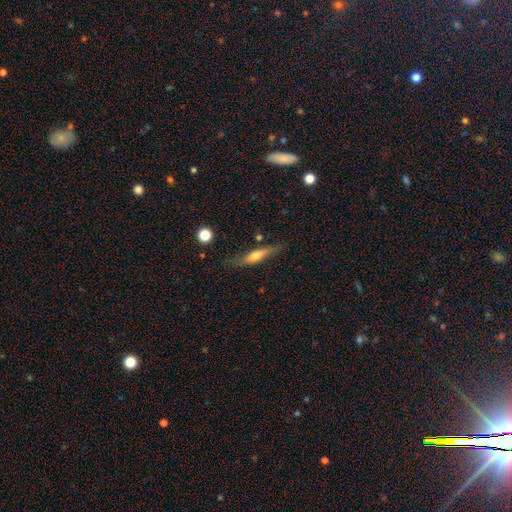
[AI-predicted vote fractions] Q: Smooth or featured?
A: featured or disk (49%); runner-up: smooth (44%)
Q: Merging?
A: none (76%); runner-up: minor disturbance (17%)